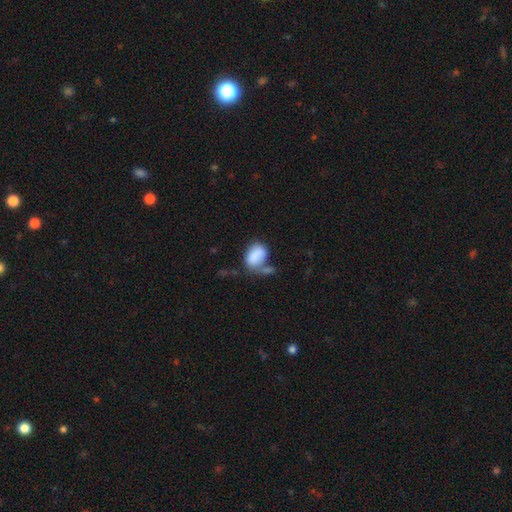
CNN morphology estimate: Smooth or featured?
  - smooth: 83% *
  - featured or disk: 9%
  - star or artifact: 8%
How rounded?
  - in between: 82% *
  - round: 17%
  - cigar-shaped: 1%
Merging?
  - none: 39% *
  - merger: 27%
  - minor disturbance: 21%
  - major disturbance: 13%